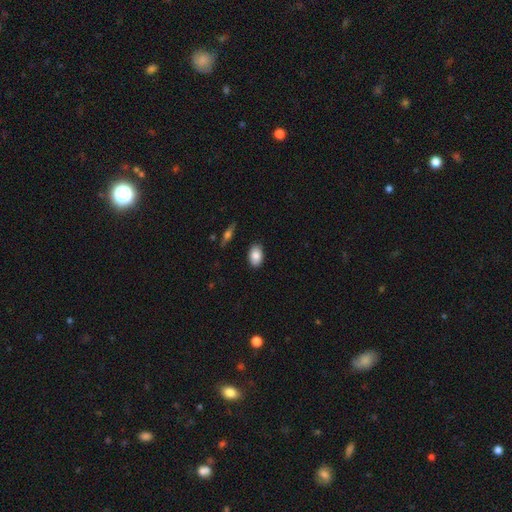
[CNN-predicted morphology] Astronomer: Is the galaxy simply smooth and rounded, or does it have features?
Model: smooth — 86%.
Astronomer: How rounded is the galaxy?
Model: in between — 90%.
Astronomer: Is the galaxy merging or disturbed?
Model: none — 86%.